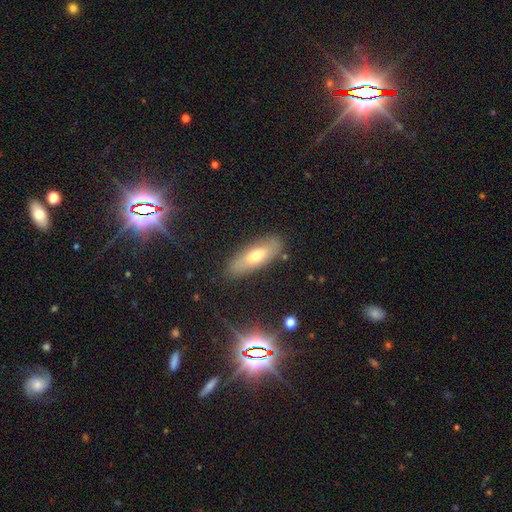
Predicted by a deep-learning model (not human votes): Smooth or featured? smooth (56%)
How rounded? in between (63%)
Merging? none (83%)